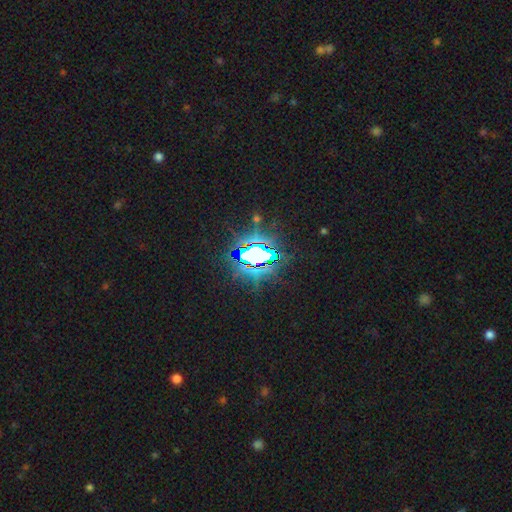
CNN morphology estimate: This is likely a star or artifact rather than a galaxy (76%).